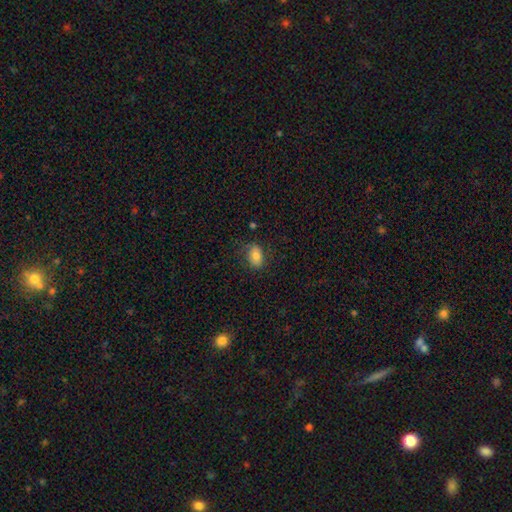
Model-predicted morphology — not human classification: Overall: smooth (79%). How rounded: in between (88%). Merging: none (73%).